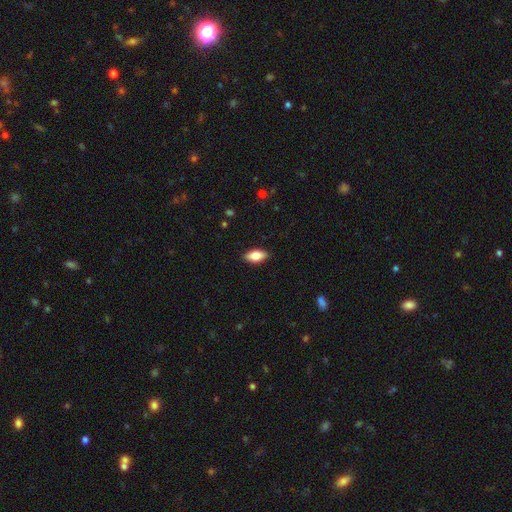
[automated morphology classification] Smooth or featured: smooth — 78% (featured or disk — 15%)
How rounded: in between — 88% (cigar-shaped — 8%)
Merging: none — 87% (minor disturbance — 10%)